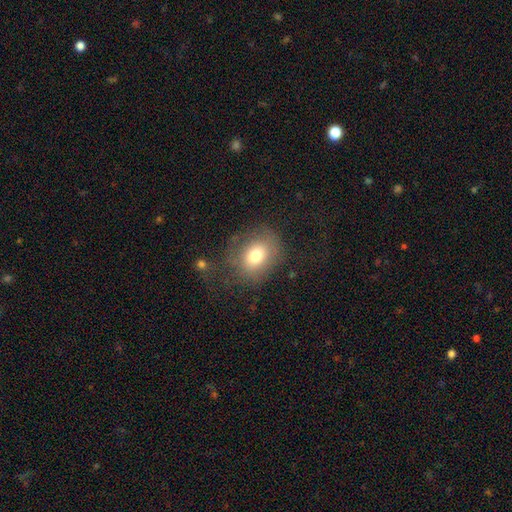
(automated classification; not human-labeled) Q: Smooth or featured?
A: smooth (73%); runner-up: featured or disk (16%)
Q: How rounded?
A: round (51%); runner-up: in between (48%)
Q: Merging?
A: none (65%); runner-up: minor disturbance (20%)